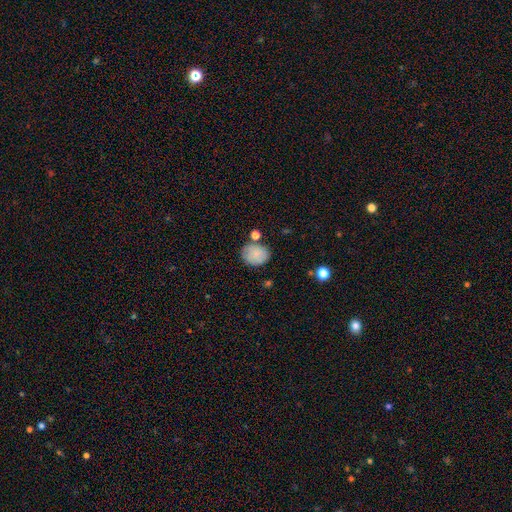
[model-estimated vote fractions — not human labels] Overall: smooth (80%). How rounded: round (50%; in between 49%). Merging: none (70%).